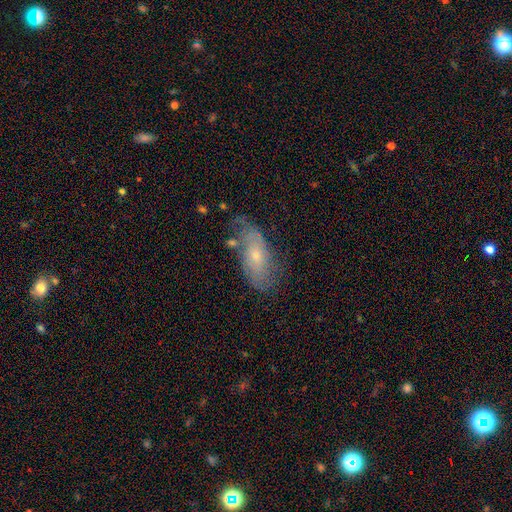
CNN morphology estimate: This is possibly a featured or disk galaxy (50%). Merging: possibly none (56%).